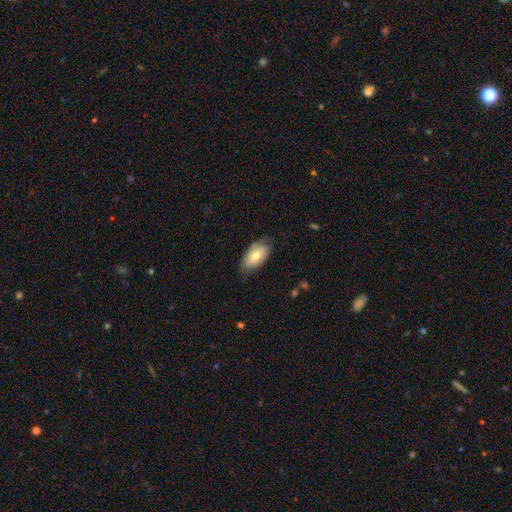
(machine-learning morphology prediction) smooth 72%, featured or disk 21%, star or artifact 6%. Down the decision tree: how rounded — in between (93%); merging — none (74%).